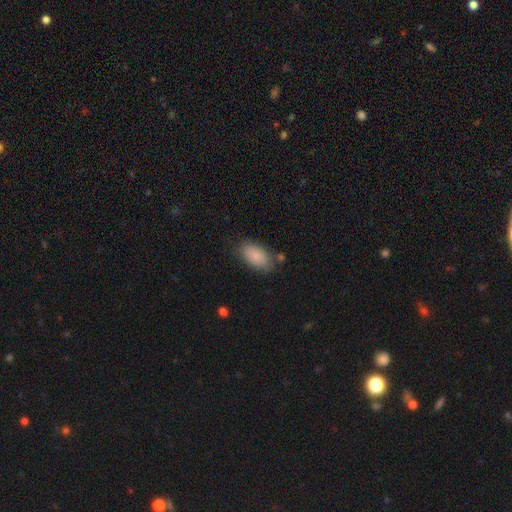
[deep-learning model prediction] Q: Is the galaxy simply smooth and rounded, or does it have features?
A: smooth — 84%.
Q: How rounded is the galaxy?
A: in between — 93%.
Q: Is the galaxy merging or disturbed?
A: none — 77%.